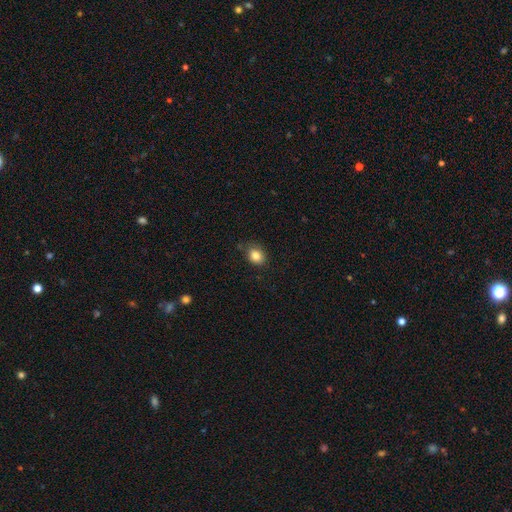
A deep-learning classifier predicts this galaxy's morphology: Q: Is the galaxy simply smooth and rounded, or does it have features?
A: smooth — 84%.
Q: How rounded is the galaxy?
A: in between — 57%.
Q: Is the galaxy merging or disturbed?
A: none — 78%.